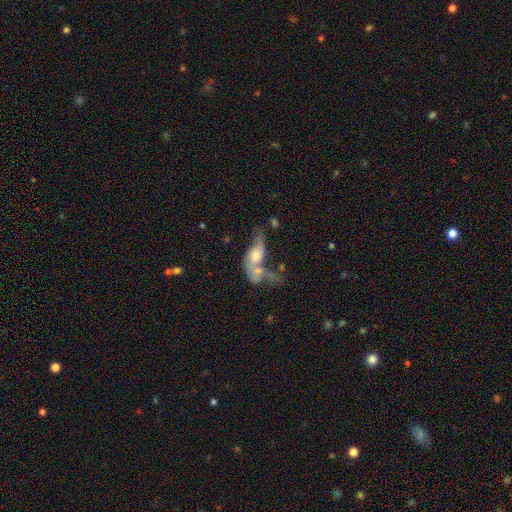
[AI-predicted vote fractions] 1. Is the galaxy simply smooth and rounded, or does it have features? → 57% featured or disk, 34% smooth, 9% star or artifact.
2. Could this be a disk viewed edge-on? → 87% no, 13% yes.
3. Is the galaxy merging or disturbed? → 56% merger, 18% major disturbance, 16% none, 10% minor disturbance.